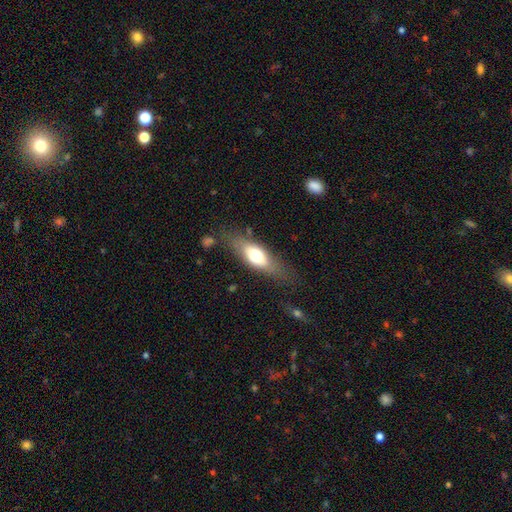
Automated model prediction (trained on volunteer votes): A smooth galaxy with no disk features (61%) that is in between round and cigar-shaped (64%).

Vote fractions:
- Smooth or featured? smooth: 61% / featured or disk: 32% / star or artifact: 7%
- How rounded? in between: 64% / cigar-shaped: 32% / round: 4%
- Merging? none: 70% / minor disturbance: 19% / major disturbance: 9% / merger: 3%